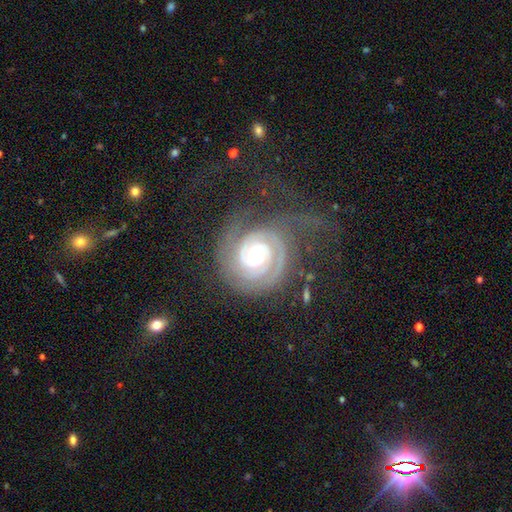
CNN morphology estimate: featured or disk 89%, smooth 6%, star or artifact 5%. Down the decision tree: edge-on disk — no (98%); bar — no (64%); spiral arms — yes (97%); spiral arm count — 2 (56%); spiral winding — tight (79%); bulge size — moderate (70%); merging — none (61%).